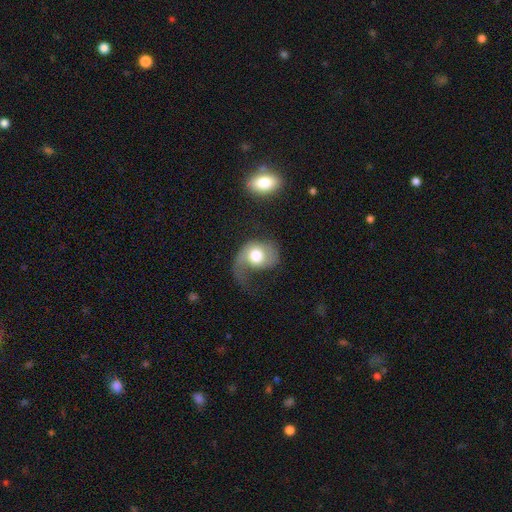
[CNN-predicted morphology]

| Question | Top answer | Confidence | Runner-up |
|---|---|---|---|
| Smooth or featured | featured or disk | 55% | smooth (38%) |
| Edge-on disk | no | 97% | yes (3%) |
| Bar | no | 77% | weak (19%) |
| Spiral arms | yes | 82% | no (18%) |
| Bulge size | moderate | 48% | large (40%) |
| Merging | major disturbance | 54% | none (24%) |